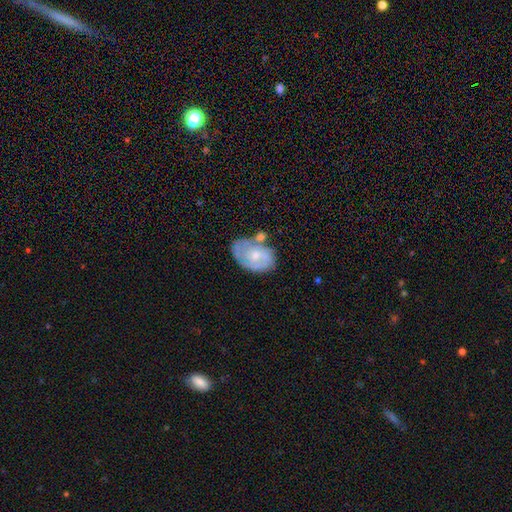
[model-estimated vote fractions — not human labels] Overall: featured or disk (63%; smooth 30%). Edge-on disk: no (97%). Bar: no (76%). Spiral arms: yes (75%). Bulge size: small (49%; moderate 44%). Merging: none (49%; minor disturbance 25%).